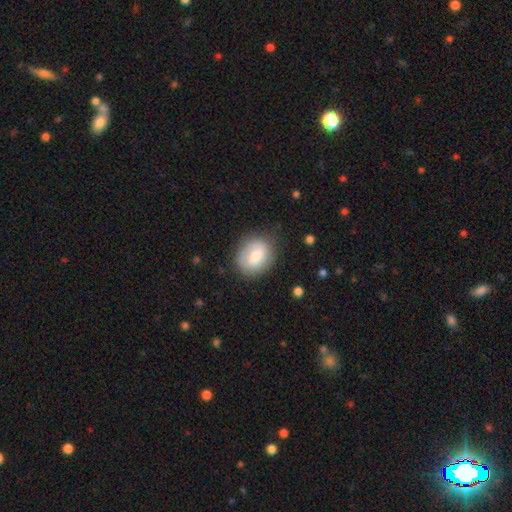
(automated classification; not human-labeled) Smooth or featured?
  - smooth: 74% *
  - featured or disk: 19%
  - star or artifact: 7%
How rounded?
  - in between: 54% *
  - round: 45%
  - cigar-shaped: 1%
Merging?
  - none: 71% *
  - minor disturbance: 20%
  - major disturbance: 7%
  - merger: 2%